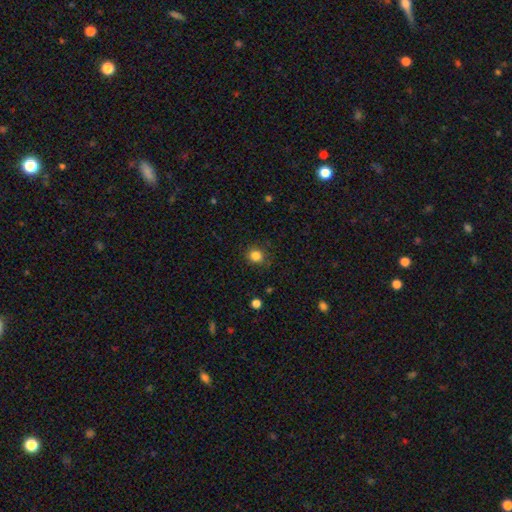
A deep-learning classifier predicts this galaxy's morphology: Q: Smooth or featured?
A: smooth (84%); runner-up: star or artifact (12%)
Q: How rounded?
A: round (86%); runner-up: in between (13%)
Q: Merging?
A: none (86%); runner-up: minor disturbance (10%)